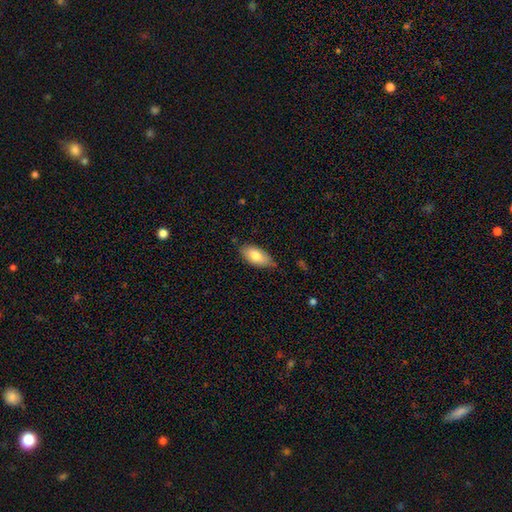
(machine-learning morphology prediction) Smooth or featured?
  - smooth: 77% *
  - featured or disk: 16%
  - star or artifact: 6%
How rounded?
  - in between: 92% *
  - cigar-shaped: 6%
  - round: 3%
Merging?
  - none: 72% *
  - minor disturbance: 23%
  - major disturbance: 3%
  - merger: 2%